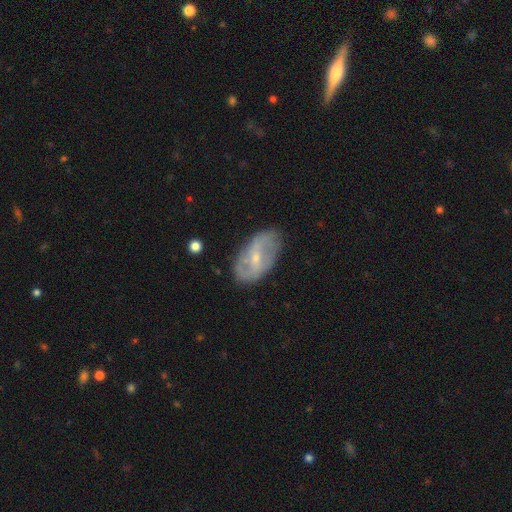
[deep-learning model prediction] Morphology: type=featured or disk (69%); edge-on=no (94%); bar=weak (48%); spiral arms=yes (78%); winding=loose (48%); arm count=2 (71%); bulge=small (68%); merging=none (74%).